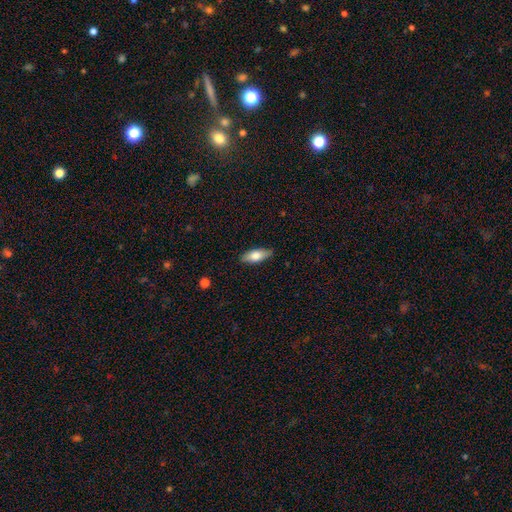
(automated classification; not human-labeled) Smooth or featured? Predicted: smooth (p=0.74). How rounded? Predicted: in between (p=0.76). Merging? Predicted: none (p=0.86).